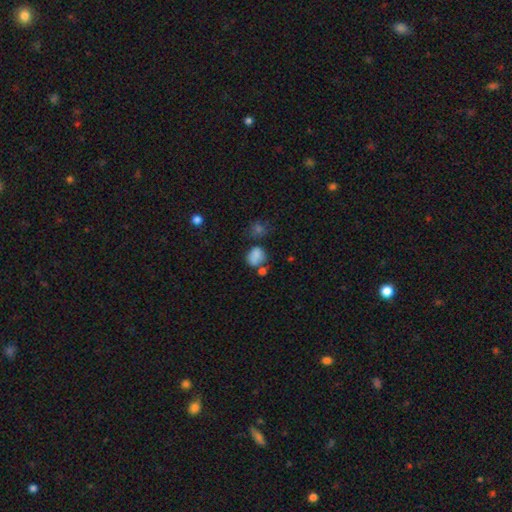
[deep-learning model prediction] smooth_or_featured: smooth (p=0.79) [alt: star or artifact p=0.12]
how_rounded: in between (p=0.53) [alt: round p=0.46]
merging: none (p=0.48) [alt: minor disturbance p=0.22]